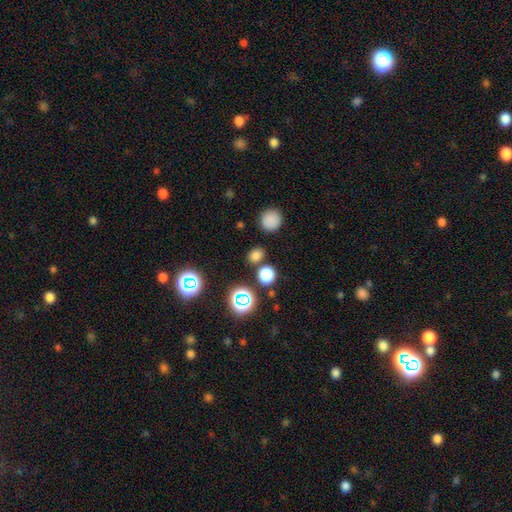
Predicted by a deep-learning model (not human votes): The model was most divided on "how rounded": round: 60%, in between: 38%, cigar-shaped: 1%. More confident: merging — none (81%); smooth or featured — smooth (74%).